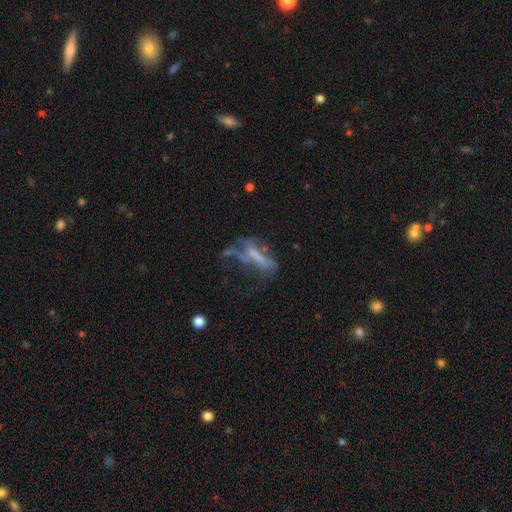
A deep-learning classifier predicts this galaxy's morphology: Overall: featured or disk (54%; smooth 30%). Edge-on disk: no (80%). Merging: major disturbance (42%; none 28%).